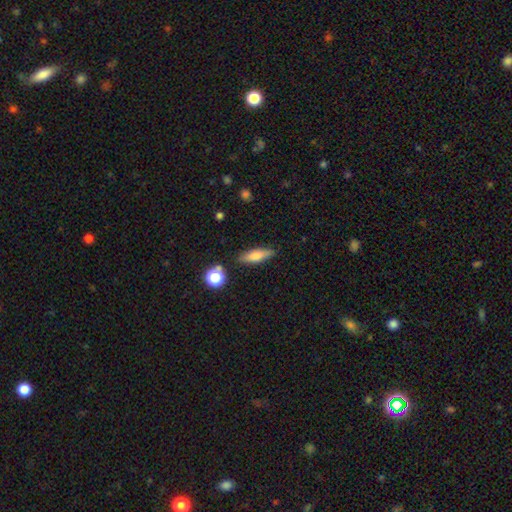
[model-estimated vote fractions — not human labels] smooth 67%, featured or disk 24%, star or artifact 8%. Down the decision tree: how rounded — cigar-shaped (54%); merging — none (84%).